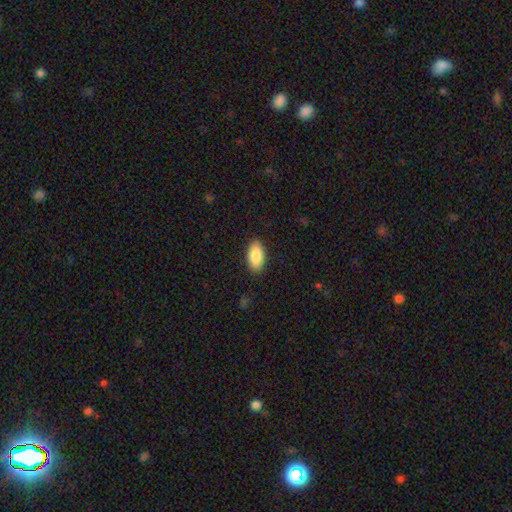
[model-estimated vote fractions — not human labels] This is clearly a smooth galaxy (89%). How rounded: clearly in between (94%). Merging: clearly none (89%).